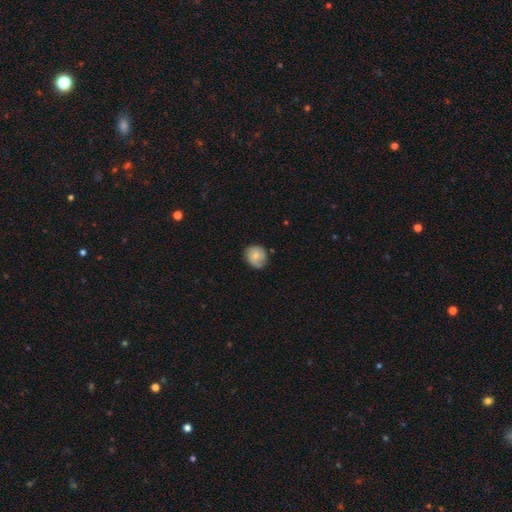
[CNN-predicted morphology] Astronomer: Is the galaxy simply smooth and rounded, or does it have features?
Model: smooth — 61%.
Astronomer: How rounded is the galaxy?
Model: round — 77%.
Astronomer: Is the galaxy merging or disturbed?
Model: none — 68%.